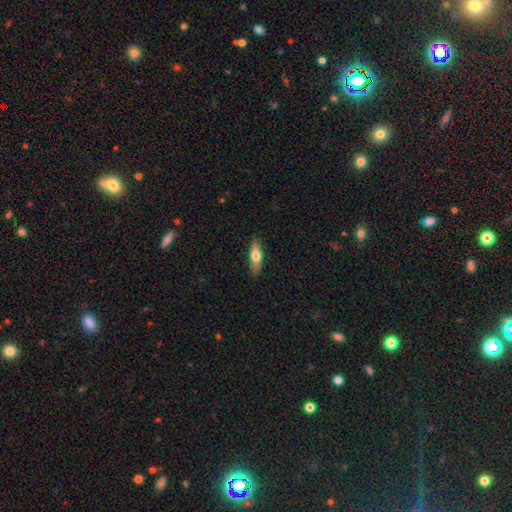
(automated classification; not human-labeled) Morphology: type=smooth (63%); roundness=in between (49%); merging=none (86%).